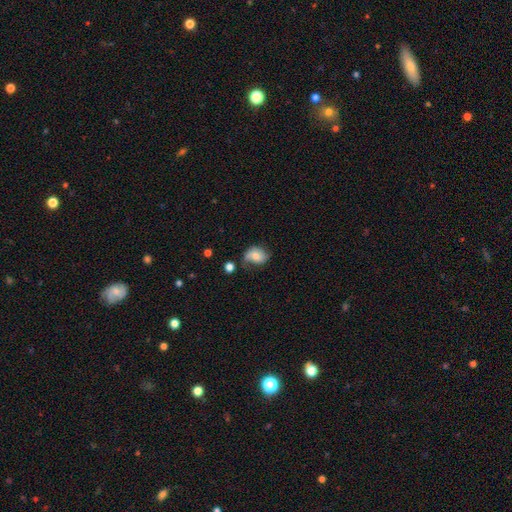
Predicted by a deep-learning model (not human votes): Smooth or featured? smooth (50%)
How rounded? in between (59%)
Merging? none (48%)